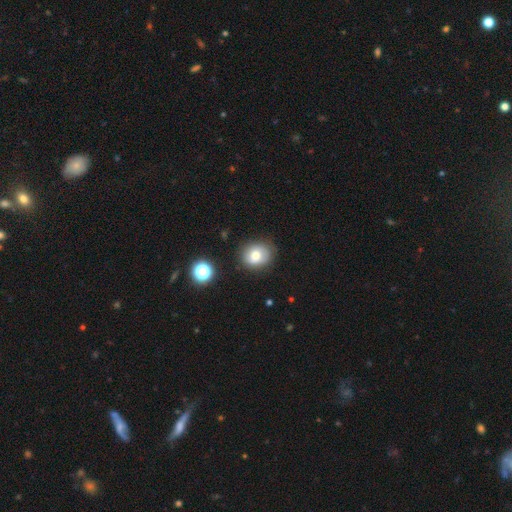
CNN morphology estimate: Smooth or featured? smooth (74%)
How rounded? round (65%)
Merging? none (81%)